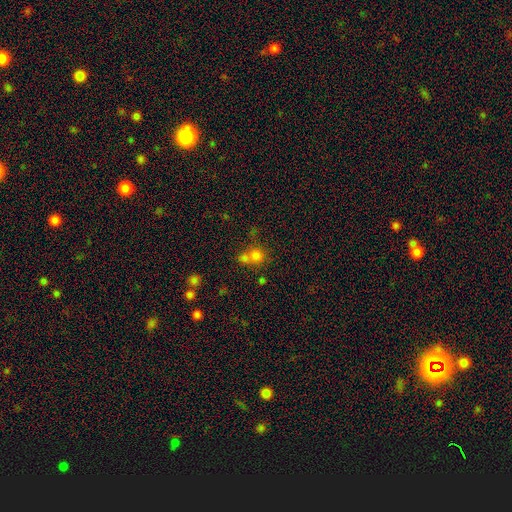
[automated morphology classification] This appears to be a smooth galaxy with no disk features (74%) that is round (78%). Merging: merger (47%).